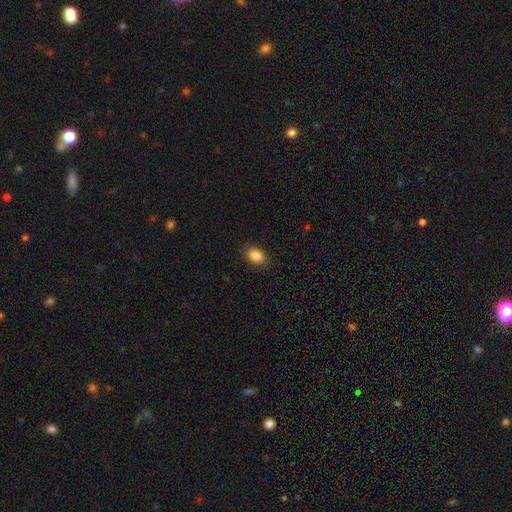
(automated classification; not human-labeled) smooth_or_featured: smooth (p=0.87) [alt: star or artifact p=0.09]
how_rounded: in between (p=0.80) [alt: round p=0.19]
merging: none (p=0.86) [alt: minor disturbance p=0.10]